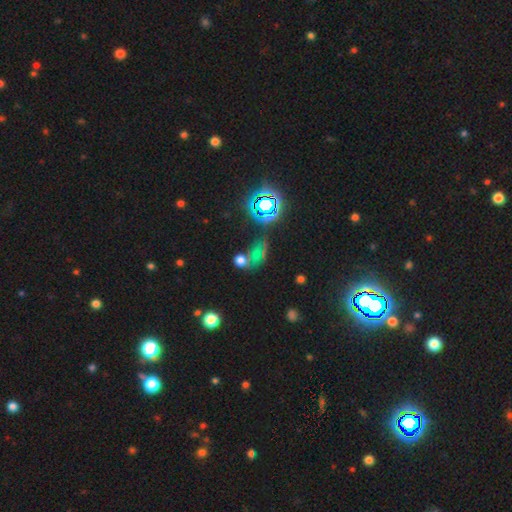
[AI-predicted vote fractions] The model was most divided on "smooth or featured": star or artifact: 45%, smooth: 43%, featured or disk: 12%.